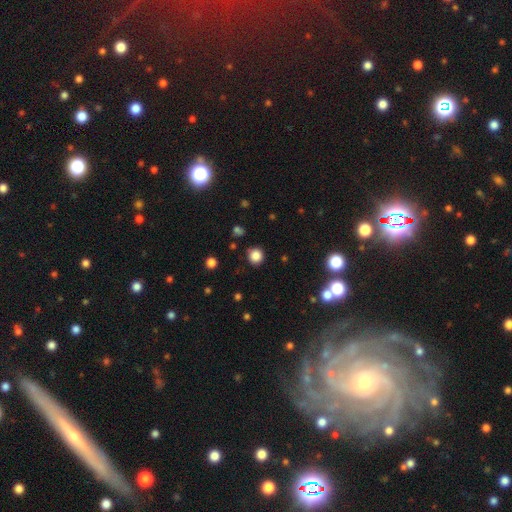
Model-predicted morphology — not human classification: Smooth or featured? smooth (83%)
How rounded? round (91%)
Merging? none (88%)